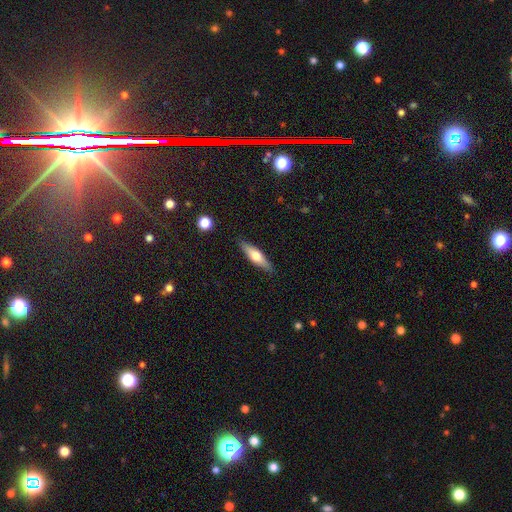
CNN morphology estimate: Q: Smooth or featured?
A: smooth (51%); runner-up: featured or disk (42%)
Q: How rounded?
A: cigar-shaped (67%); runner-up: in between (30%)
Q: Merging?
A: none (88%); runner-up: minor disturbance (9%)